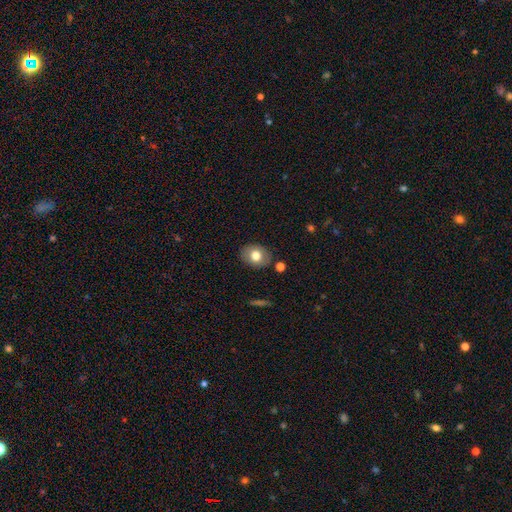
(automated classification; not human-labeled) Smooth or featured?
  - smooth: 75% *
  - featured or disk: 17%
  - star or artifact: 8%
How rounded?
  - in between: 59% *
  - round: 40%
  - cigar-shaped: 1%
Merging?
  - none: 86% *
  - minor disturbance: 10%
  - major disturbance: 3%
  - merger: 2%